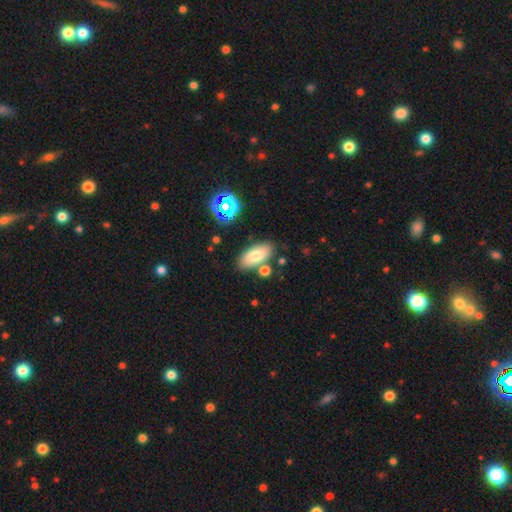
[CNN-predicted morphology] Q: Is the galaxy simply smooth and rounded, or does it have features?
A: smooth — 74%.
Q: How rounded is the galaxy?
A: in between — 88%.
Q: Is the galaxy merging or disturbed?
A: none — 77%.